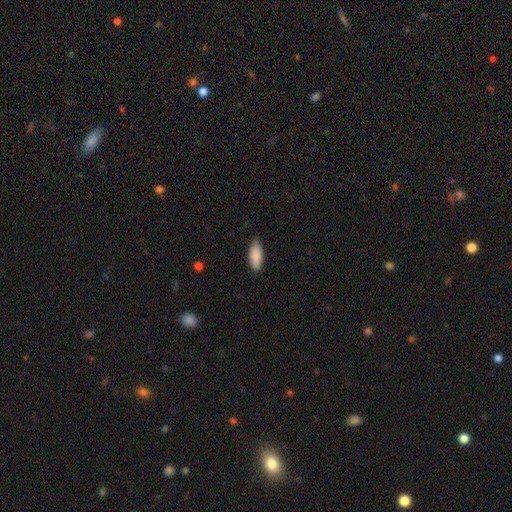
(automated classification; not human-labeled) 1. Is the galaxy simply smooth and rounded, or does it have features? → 88% smooth, 6% star or artifact, 6% featured or disk.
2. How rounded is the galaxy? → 79% in between, 20% cigar-shaped, 2% round.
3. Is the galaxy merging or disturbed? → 78% none, 18% minor disturbance, 3% major disturbance, 1% merger.